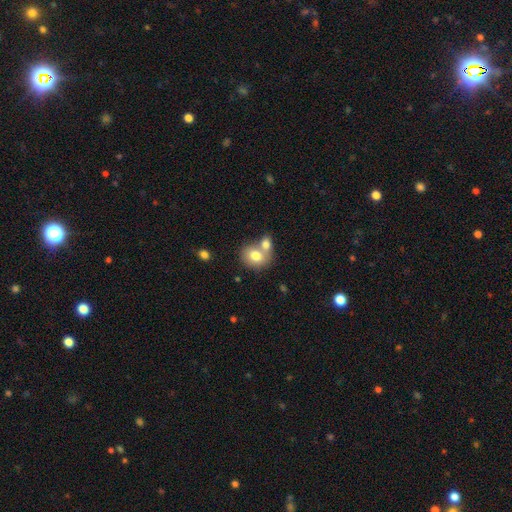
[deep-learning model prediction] Smooth or featured? Predicted: smooth (p=0.76). How rounded? Predicted: round (p=0.54). Merging? Predicted: merger (p=0.52).